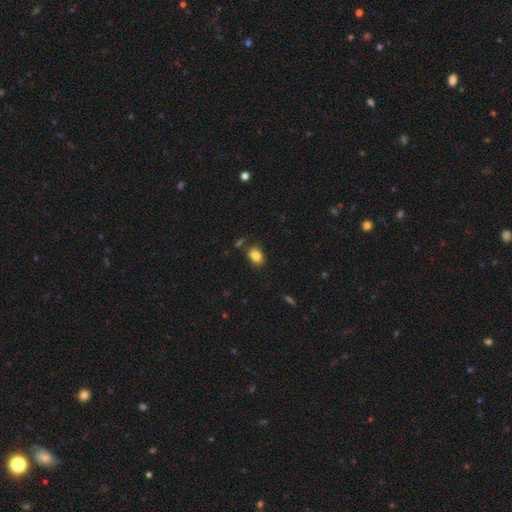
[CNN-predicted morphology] Smooth or featured? smooth (83%)
How rounded? in between (72%)
Merging? none (80%)